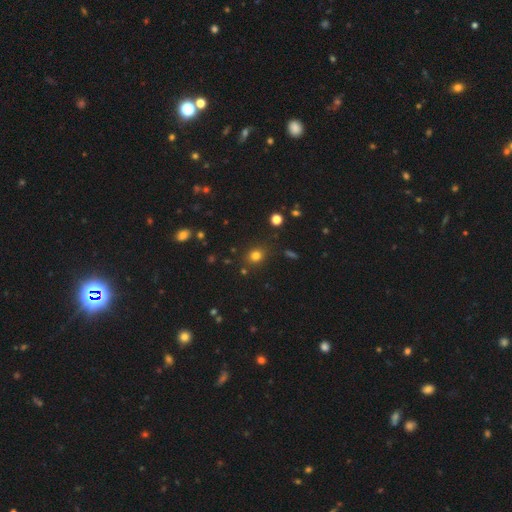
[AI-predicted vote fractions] Smooth or featured?
  - smooth: 77% *
  - star or artifact: 17%
  - featured or disk: 6%
How rounded?
  - round: 71% *
  - in between: 28%
  - cigar-shaped: 1%
Merging?
  - none: 85% *
  - minor disturbance: 9%
  - major disturbance: 3%
  - merger: 3%